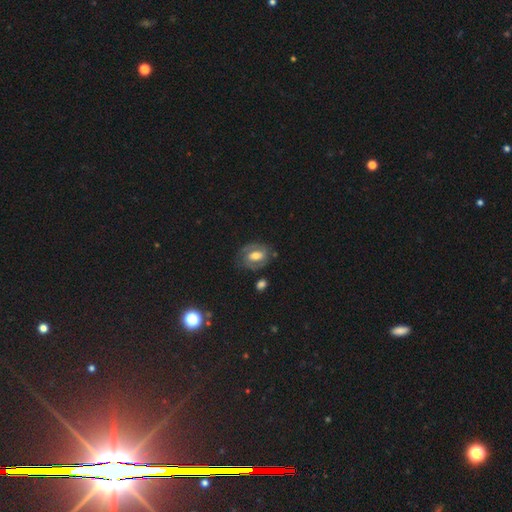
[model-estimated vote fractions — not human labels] This appears to be a featured or disk galaxy (62%) with a weak bar (42%), spiral arms (73%) and a moderate central bulge (63%). Merging: none (68%).